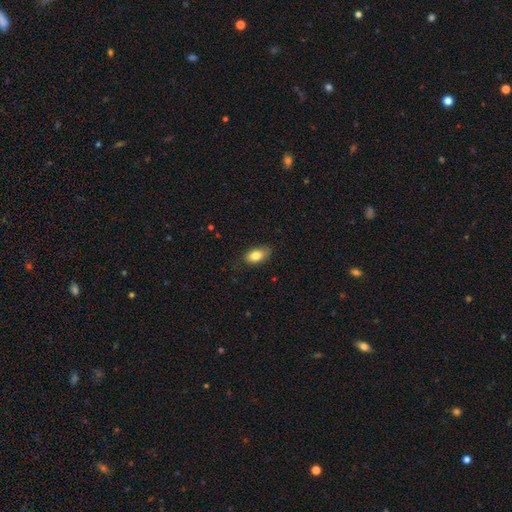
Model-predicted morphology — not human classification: This appears to be a smooth galaxy with no disk features (82%) that is in between round and cigar-shaped (90%). Merging: none (77%).